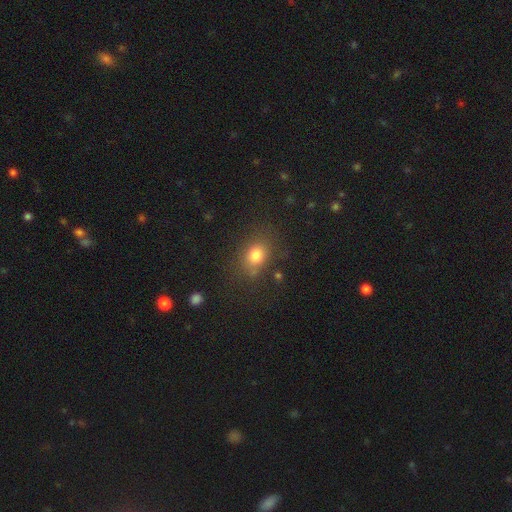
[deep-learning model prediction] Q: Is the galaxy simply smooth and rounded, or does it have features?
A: smooth — 78%.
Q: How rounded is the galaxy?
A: in between — 53%.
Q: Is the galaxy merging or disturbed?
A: none — 73%.